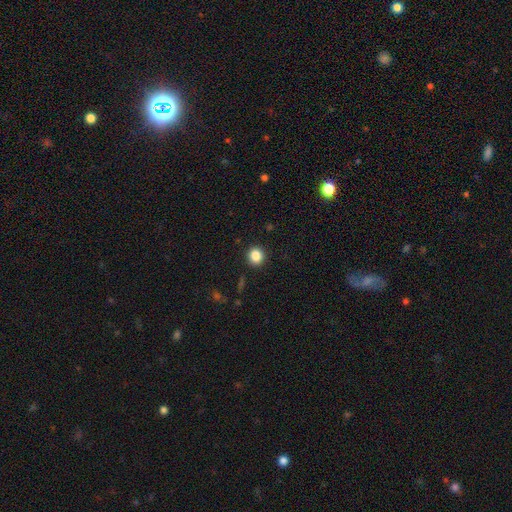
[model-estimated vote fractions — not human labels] Morphology: type=smooth (86%); roundness=round (87%); merging=none (91%).